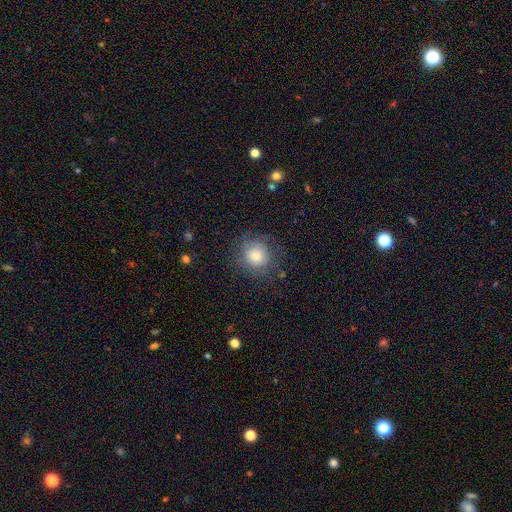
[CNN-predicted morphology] Overall: smooth (69%). How rounded: round (91%). Merging: none (75%).